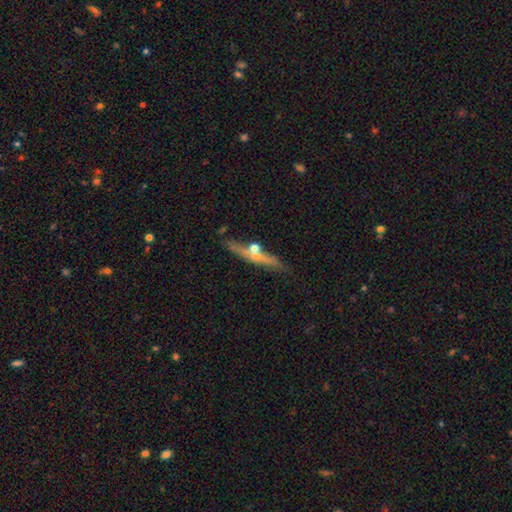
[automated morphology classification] The model was most divided on "smooth or featured": featured or disk: 57%, smooth: 35%, star or artifact: 8%. More confident: edge-on disk — yes (90%); merging — none (75%); edge-on bulge — rounded (75%).